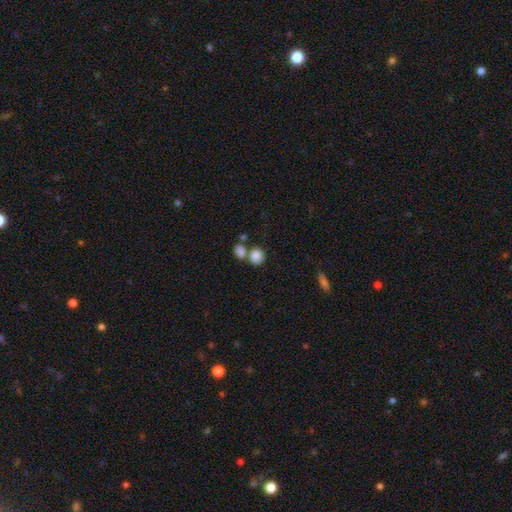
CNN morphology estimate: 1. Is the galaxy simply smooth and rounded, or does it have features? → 85% smooth, 9% star or artifact, 6% featured or disk.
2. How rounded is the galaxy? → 73% round, 26% in between, 1% cigar-shaped.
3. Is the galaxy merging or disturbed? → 48% none, 39% merger, 9% minor disturbance, 4% major disturbance.